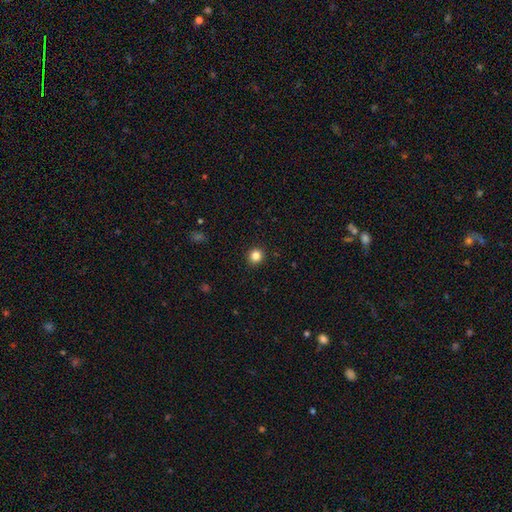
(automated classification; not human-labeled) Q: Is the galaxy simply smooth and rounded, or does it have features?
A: smooth — 84%.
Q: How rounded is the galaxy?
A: round — 91%.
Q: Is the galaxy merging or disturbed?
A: none — 93%.